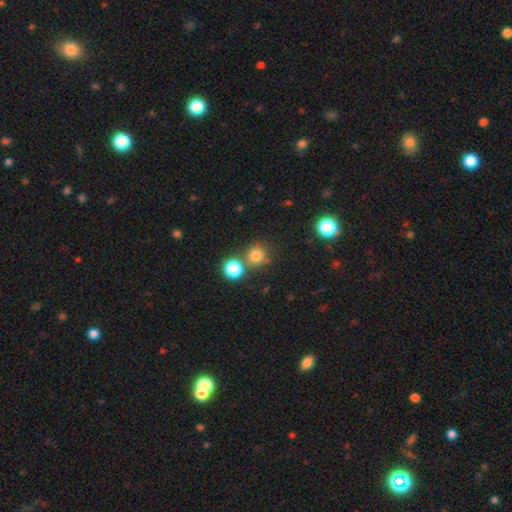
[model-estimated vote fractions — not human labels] Smooth or featured?
  - smooth: 77% *
  - star or artifact: 16%
  - featured or disk: 7%
How rounded?
  - round: 89% *
  - in between: 10%
  - cigar-shaped: 1%
Merging?
  - none: 66% *
  - merger: 22%
  - minor disturbance: 9%
  - major disturbance: 4%